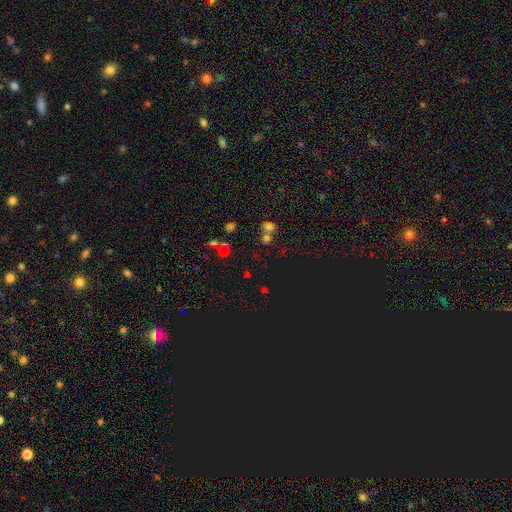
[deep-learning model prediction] Q: Smooth or featured?
A: smooth (53%); runner-up: star or artifact (37%)
Q: How rounded?
A: round (65%); runner-up: in between (32%)
Q: Merging?
A: none (50%); runner-up: merger (35%)